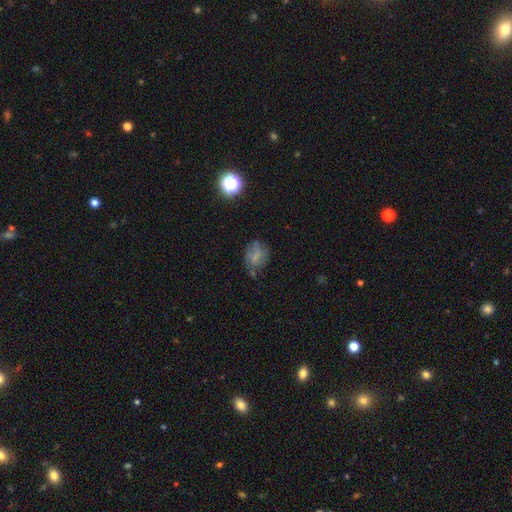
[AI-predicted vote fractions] The model was most divided on "smooth or featured": smooth: 47%, featured or disk: 34%, star or artifact: 19%. More confident: merging — none (54%).